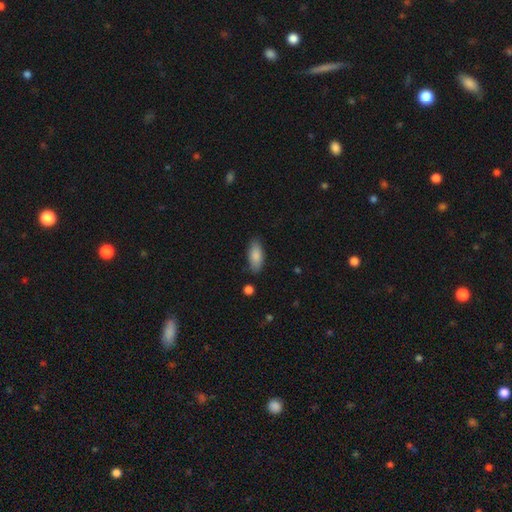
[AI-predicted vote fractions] A smooth galaxy with no disk features (87%) that is in between round and cigar-shaped (84%).

Vote fractions:
- Smooth or featured? smooth: 87% / featured or disk: 7% / star or artifact: 6%
- How rounded? in between: 84% / cigar-shaped: 14% / round: 2%
- Merging? none: 81% / minor disturbance: 14% / major disturbance: 3% / merger: 2%